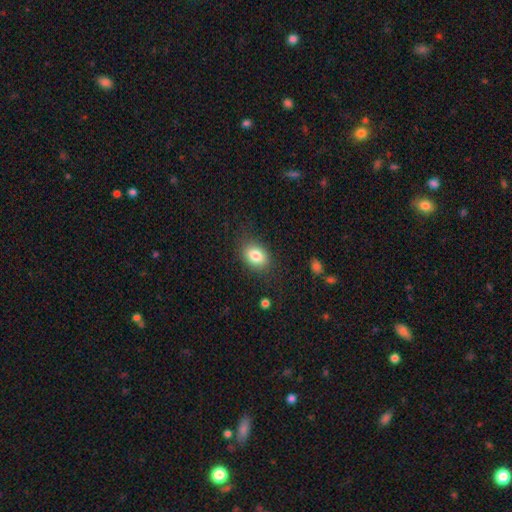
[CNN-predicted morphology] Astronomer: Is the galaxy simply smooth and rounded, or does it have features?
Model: smooth — 83%.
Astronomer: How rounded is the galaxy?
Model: in between — 73%.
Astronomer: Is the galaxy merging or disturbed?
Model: none — 82%.